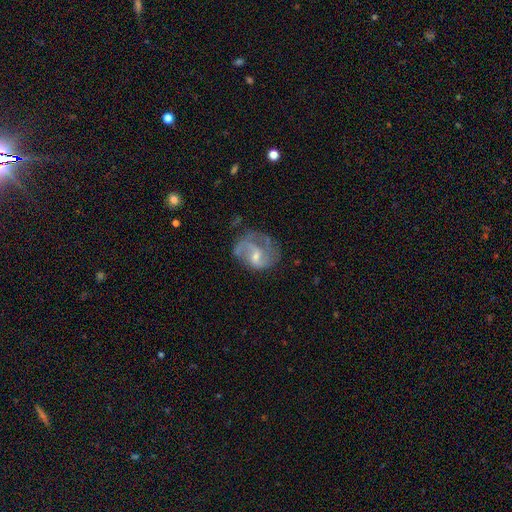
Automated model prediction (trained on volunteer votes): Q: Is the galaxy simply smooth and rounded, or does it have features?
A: featured or disk — 75%.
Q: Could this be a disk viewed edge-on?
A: no — 98%.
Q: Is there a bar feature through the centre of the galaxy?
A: weak — 52%.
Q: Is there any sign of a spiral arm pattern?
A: yes — 85%.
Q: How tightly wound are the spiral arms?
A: medium — 45%.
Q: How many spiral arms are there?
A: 2 — 65%.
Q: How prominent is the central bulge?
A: small — 52%.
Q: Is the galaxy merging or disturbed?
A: none — 48%.